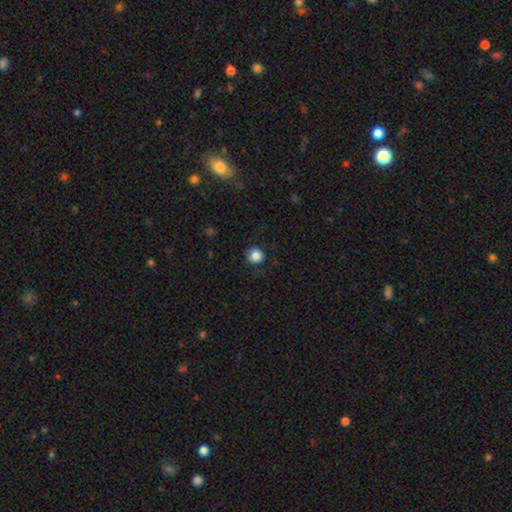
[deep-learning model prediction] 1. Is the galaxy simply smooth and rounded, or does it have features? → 86% smooth, 10% star or artifact, 4% featured or disk.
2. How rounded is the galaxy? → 93% round, 6% in between, 1% cigar-shaped.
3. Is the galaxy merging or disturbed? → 86% none, 10% minor disturbance, 3% major disturbance, 1% merger.